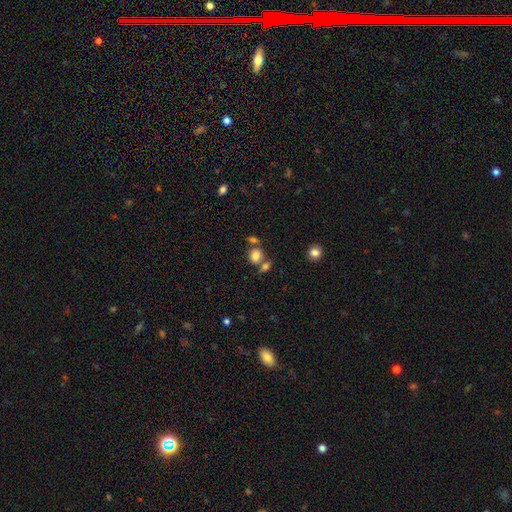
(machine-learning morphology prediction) smooth-or-featured: smooth: 80% | star or artifact: 11% | featured or disk: 9%
  how-rounded: round: 50% | in between: 49% | cigar-shaped: 2%
  merging: none: 51% | merger: 32% | minor disturbance: 12% | major disturbance: 5%